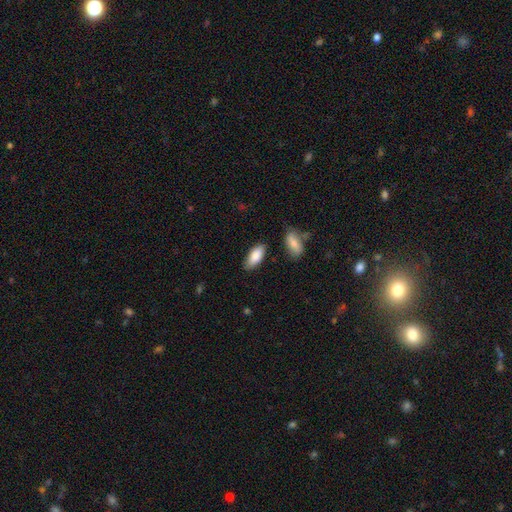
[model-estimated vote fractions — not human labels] This appears to be a smooth galaxy with no disk features (85%) that is in between round and cigar-shaped (87%). Merging: none (80%).